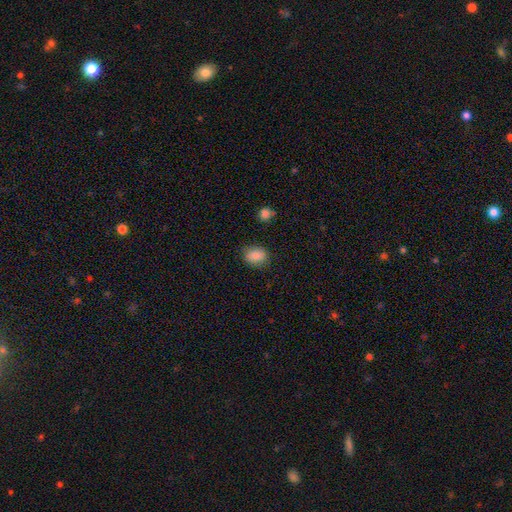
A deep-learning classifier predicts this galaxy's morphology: The model was most divided on "how rounded": in between: 67%, round: 32%, cigar-shaped: 1%. More confident: smooth or featured — smooth (86%); merging — none (82%).